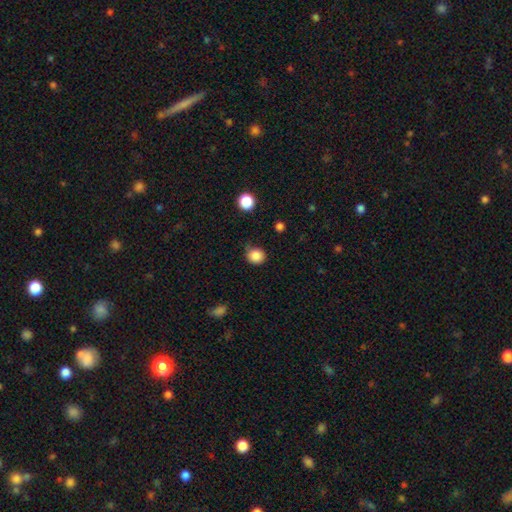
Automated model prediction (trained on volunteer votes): smooth-or-featured: smooth: 86% | star or artifact: 10% | featured or disk: 3%
  how-rounded: round: 87% | in between: 12% | cigar-shaped: 1%
  merging: none: 74% | minor disturbance: 19% | major disturbance: 4% | merger: 3%